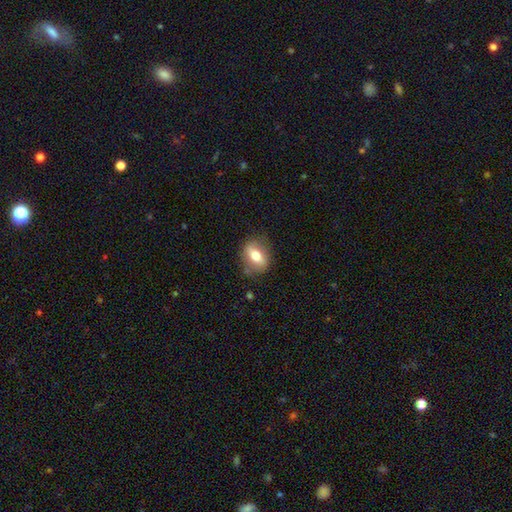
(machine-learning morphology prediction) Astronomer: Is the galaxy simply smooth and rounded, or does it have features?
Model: smooth — 62%.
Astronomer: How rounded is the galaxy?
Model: in between — 70%.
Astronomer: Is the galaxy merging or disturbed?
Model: none — 75%.